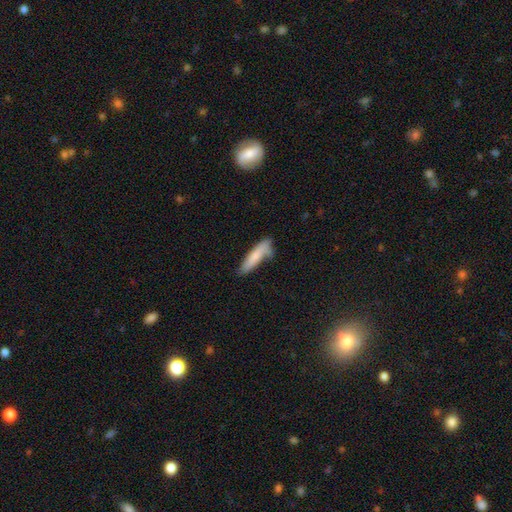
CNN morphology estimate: Q: Smooth or featured?
A: smooth (78%); runner-up: featured or disk (16%)
Q: How rounded?
A: cigar-shaped (80%); runner-up: in between (18%)
Q: Merging?
A: none (61%); runner-up: minor disturbance (25%)